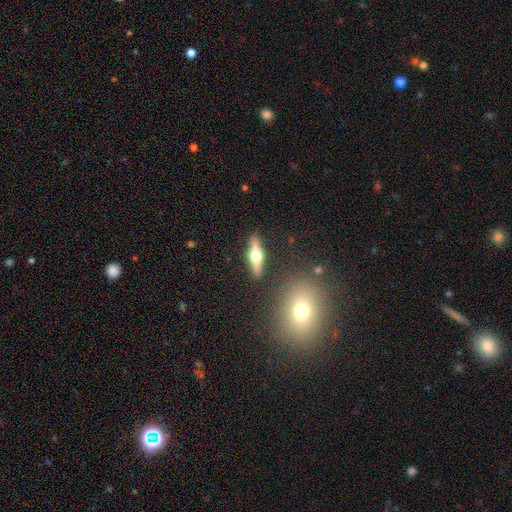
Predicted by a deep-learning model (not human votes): Smooth or featured? Predicted: featured or disk (p=0.66). Edge-on disk? Predicted: yes (p=0.95). Edge-on bulge? Predicted: rounded (p=0.96). Merging? Predicted: none (p=0.88).